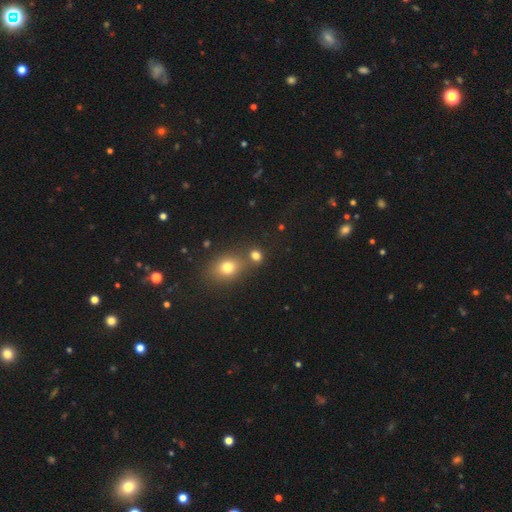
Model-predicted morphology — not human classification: This is likely a smooth galaxy (75%). How rounded: likely round (68%). Merging: likely none (62%).